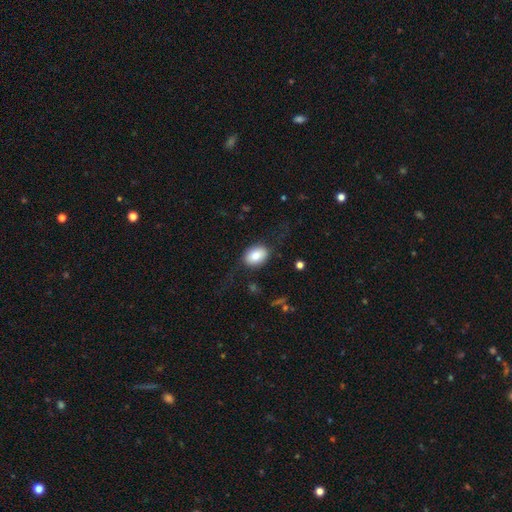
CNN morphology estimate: This is likely a smooth galaxy (77%). How rounded: likely in between (77%). Merging: likely none (74%).